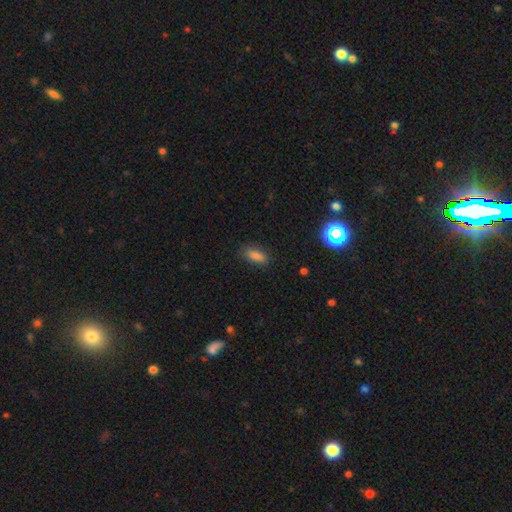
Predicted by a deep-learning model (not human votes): smooth-or-featured: smooth: 83% | star or artifact: 12% | featured or disk: 5%
  how-rounded: in between: 78% | cigar-shaped: 17% | round: 5%
  merging: none: 83% | minor disturbance: 12% | major disturbance: 3% | merger: 1%